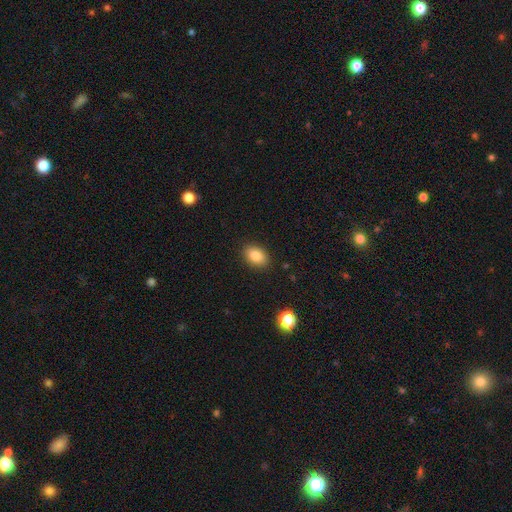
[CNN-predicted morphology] Q: Smooth or featured?
A: smooth (85%); runner-up: star or artifact (9%)
Q: How rounded?
A: in between (82%); runner-up: round (17%)
Q: Merging?
A: none (88%); runner-up: minor disturbance (9%)